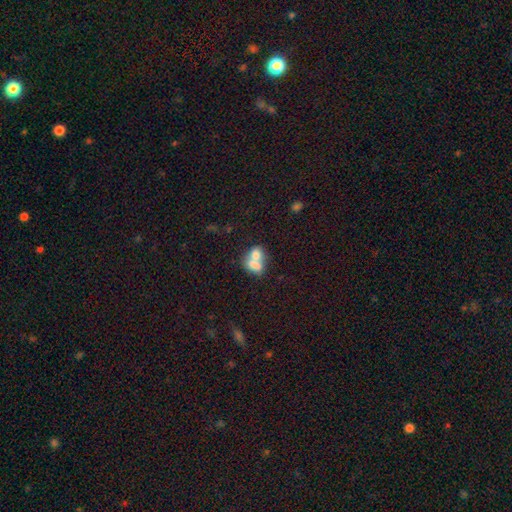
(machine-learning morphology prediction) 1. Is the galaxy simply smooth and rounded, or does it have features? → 70% smooth, 21% featured or disk, 9% star or artifact.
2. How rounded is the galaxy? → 64% in between, 34% round, 2% cigar-shaped.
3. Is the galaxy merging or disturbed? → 72% merger, 18% none, 6% minor disturbance, 4% major disturbance.